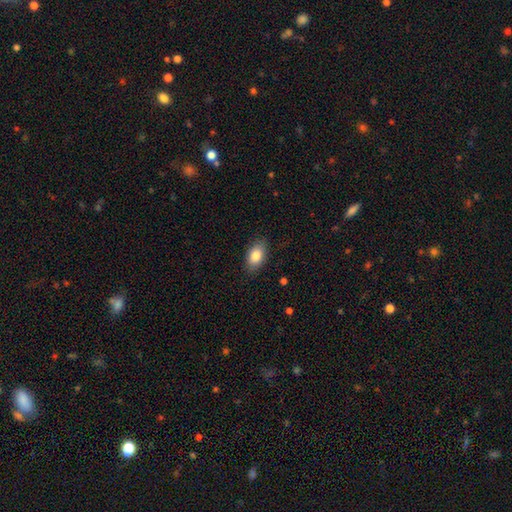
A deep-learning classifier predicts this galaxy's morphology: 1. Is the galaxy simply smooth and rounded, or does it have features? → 84% smooth, 9% featured or disk, 7% star or artifact.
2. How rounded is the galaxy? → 92% in between, 6% round, 2% cigar-shaped.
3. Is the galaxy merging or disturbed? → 86% none, 11% minor disturbance, 2% major disturbance, 1% merger.